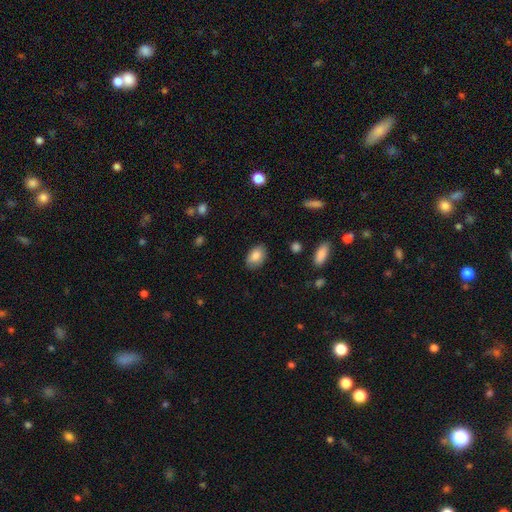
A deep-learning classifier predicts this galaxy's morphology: This is clearly a smooth galaxy (84%). How rounded: clearly in between (87%). Merging: clearly none (85%).